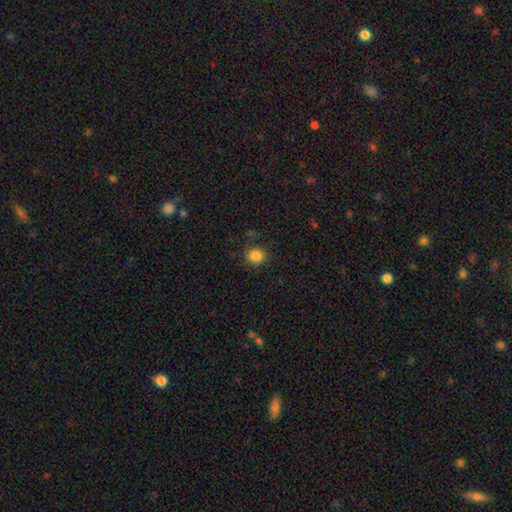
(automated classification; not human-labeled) This is clearly a smooth galaxy (85%). How rounded: likely round (71%). Merging: clearly none (85%).